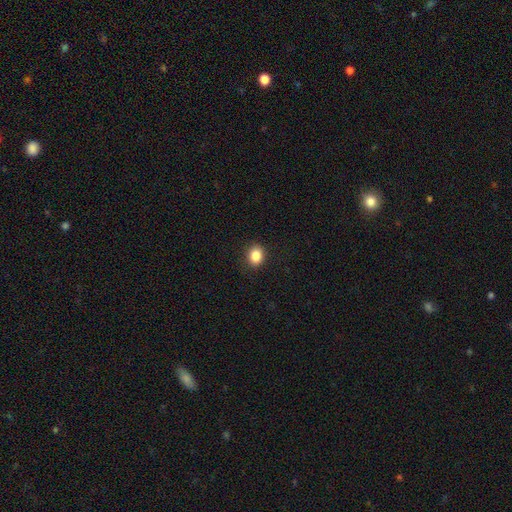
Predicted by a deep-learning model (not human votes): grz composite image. It shows a smooth galaxy with no disk features (86%) that is round (54%). Merging: none (89%).